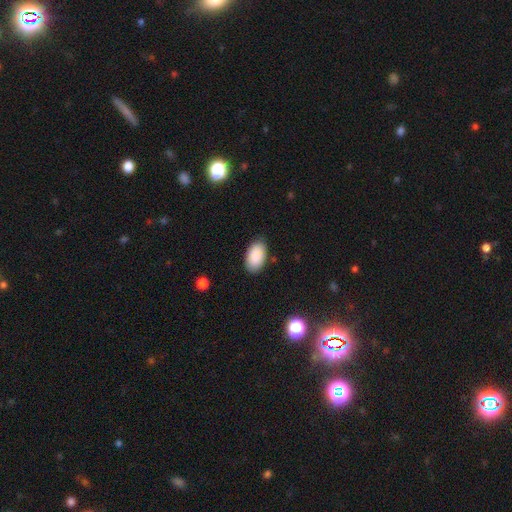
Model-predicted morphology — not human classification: Smooth or featured: smooth — 87% (star or artifact — 6%)
How rounded: in between — 95% (round — 4%)
Merging: none — 84% (minor disturbance — 12%)